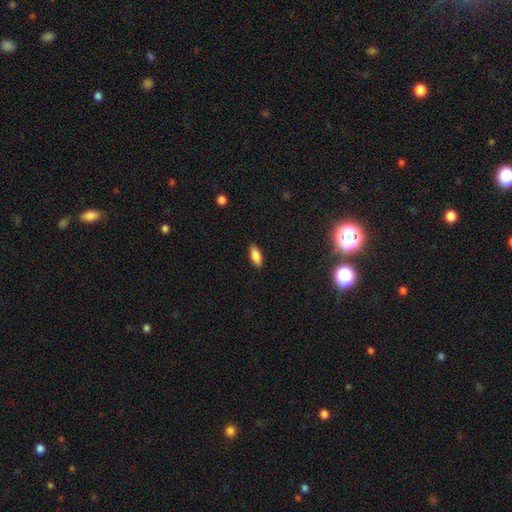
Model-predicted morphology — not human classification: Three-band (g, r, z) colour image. It shows a smooth galaxy with no disk features (84%) that is in between round and cigar-shaped (80%). Merging: none (89%).